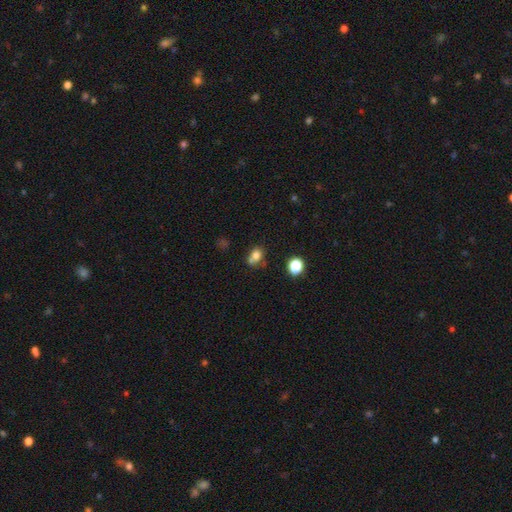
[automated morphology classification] The model was most divided on "how rounded": round: 51%, in between: 47%, cigar-shaped: 1%. Remaining: smooth or featured — smooth (75%); merging — none (46%).